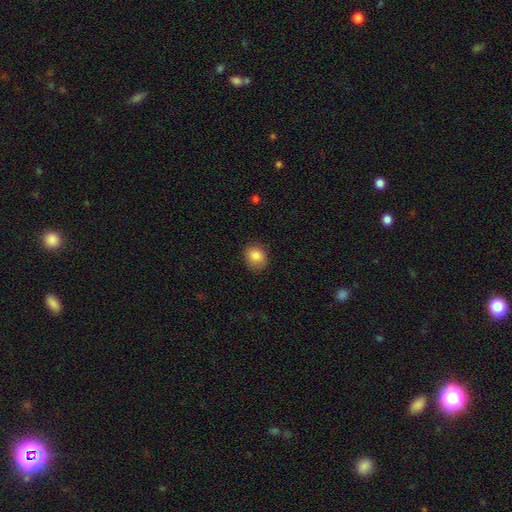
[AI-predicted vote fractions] This is clearly a smooth galaxy (85%). How rounded: likely round (66%). Merging: clearly none (81%).